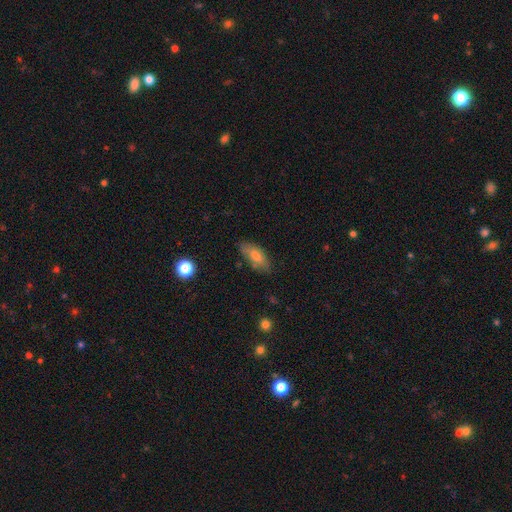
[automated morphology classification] smooth_or_featured: smooth (p=0.69) [alt: featured or disk p=0.23]
how_rounded: in between (p=0.84) [alt: cigar-shaped p=0.13]
merging: none (p=0.76) [alt: minor disturbance p=0.18]